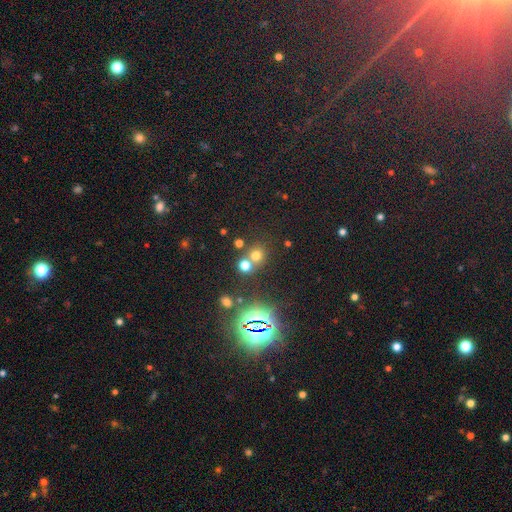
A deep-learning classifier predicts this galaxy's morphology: Q: Smooth or featured?
A: smooth (61%); runner-up: star or artifact (30%)
Q: How rounded?
A: round (85%); runner-up: in between (14%)
Q: Merging?
A: none (57%); runner-up: merger (32%)